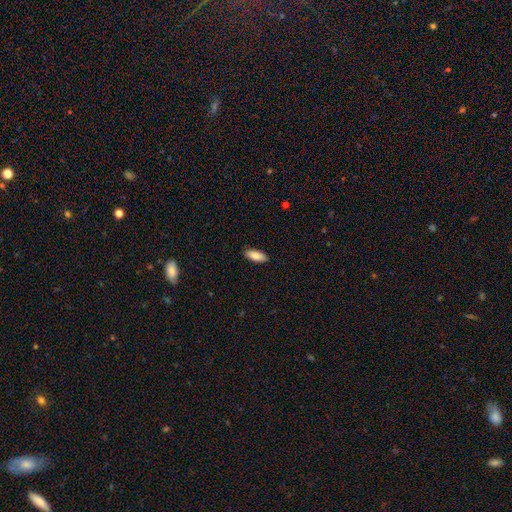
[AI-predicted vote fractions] Morphology: type=smooth (85%); roundness=in between (79%); merging=none (89%).